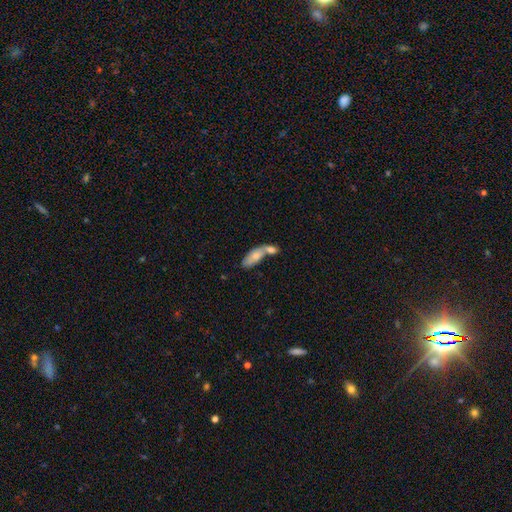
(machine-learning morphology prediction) Overall: smooth (71%). How rounded: in between (80%). Merging: merger (62%; none 22%).